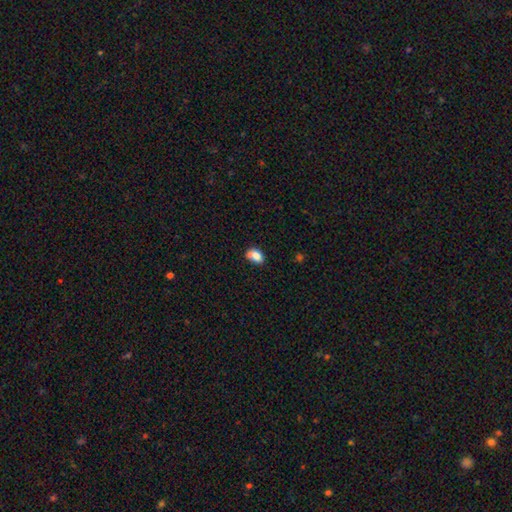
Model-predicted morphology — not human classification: smooth 79%, featured or disk 11%, star or artifact 10%. Down the decision tree: how rounded — in between (78%); merging — none (46%).